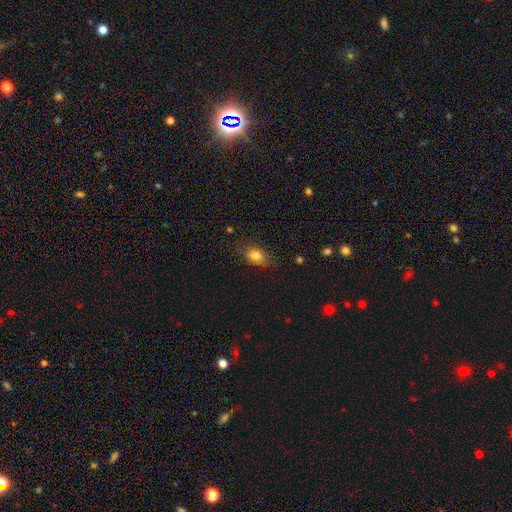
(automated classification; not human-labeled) Smooth or featured: smooth — 82% (star or artifact — 10%)
How rounded: in between — 73% (round — 25%)
Merging: none — 78% (minor disturbance — 16%)